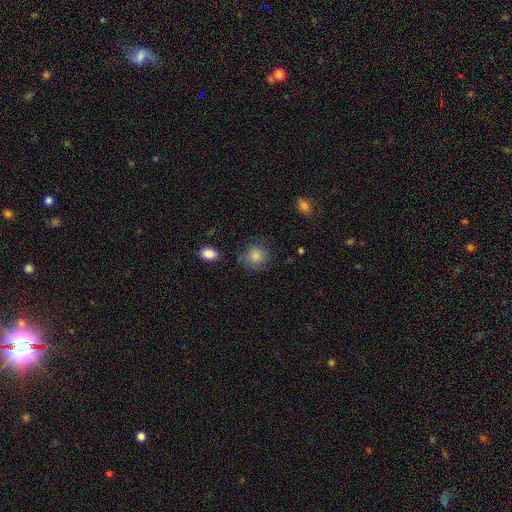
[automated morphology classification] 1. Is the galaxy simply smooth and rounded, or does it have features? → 85% smooth, 9% star or artifact, 6% featured or disk.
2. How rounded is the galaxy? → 86% round, 13% in between, 1% cigar-shaped.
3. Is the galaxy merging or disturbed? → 77% none, 15% minor disturbance, 5% major disturbance, 3% merger.